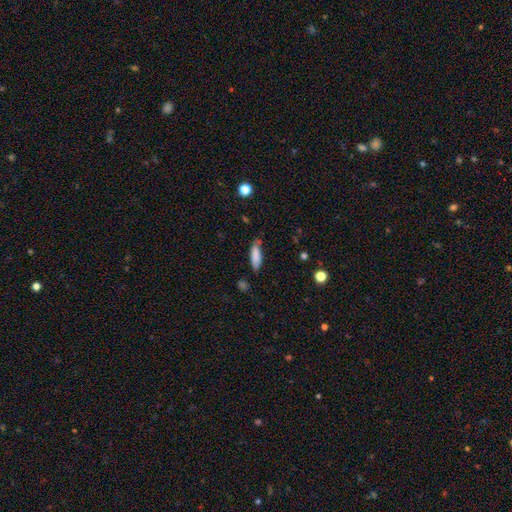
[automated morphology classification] Smooth or featured? Predicted: smooth (p=0.82). How rounded? Predicted: cigar-shaped (p=0.49, tied with in between). Merging? Predicted: none (p=0.70).